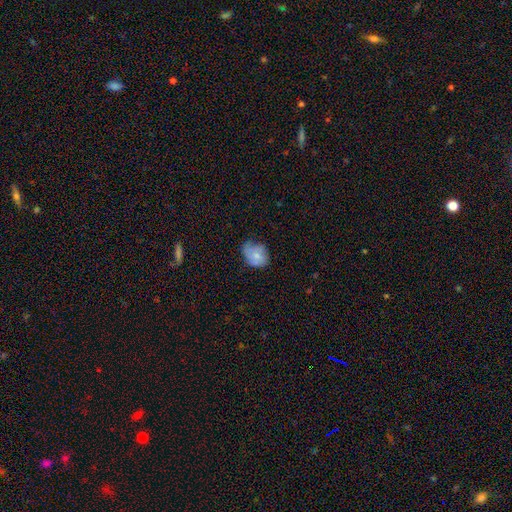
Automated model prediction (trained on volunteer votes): Smooth or featured: smooth — 69% (featured or disk — 23%)
How rounded: in between — 59% (round — 40%)
Merging: none — 46% (minor disturbance — 38%)